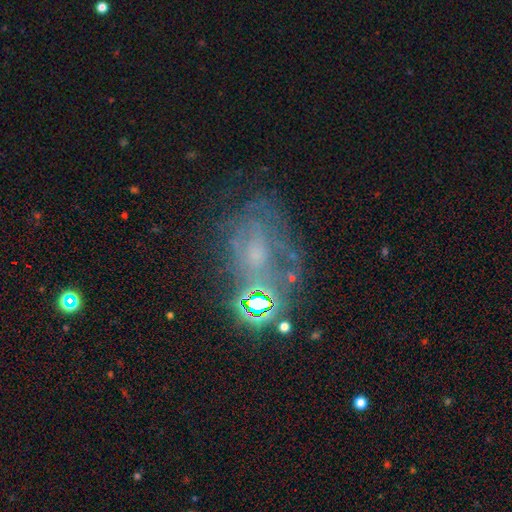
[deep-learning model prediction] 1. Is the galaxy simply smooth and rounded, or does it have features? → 51% featured or disk, 27% star or artifact, 22% smooth.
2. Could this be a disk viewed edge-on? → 96% no, 4% yes.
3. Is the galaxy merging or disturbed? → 45% none, 25% major disturbance, 22% minor disturbance, 8% merger.